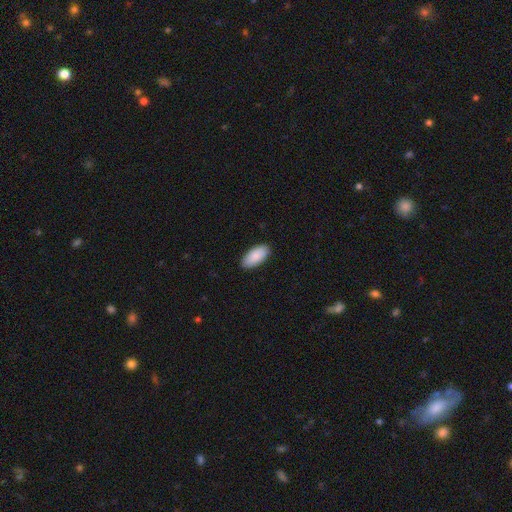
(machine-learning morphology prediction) Overall: smooth (90%). How rounded: in between (93%). Merging: none (89%).